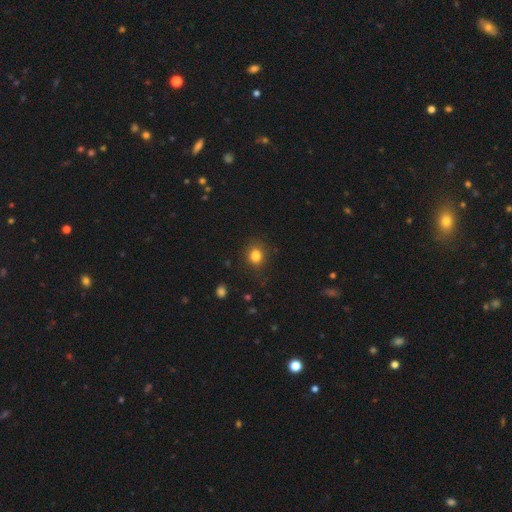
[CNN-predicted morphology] This is clearly a smooth galaxy (83%). How rounded: likely round (65%). Merging: clearly none (81%).